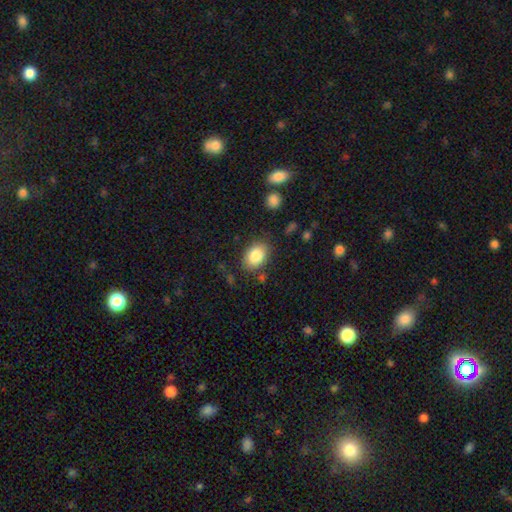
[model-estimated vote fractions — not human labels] smooth 85%, star or artifact 8%, featured or disk 7%. Down the decision tree: how rounded — in between (75%); merging — none (79%).